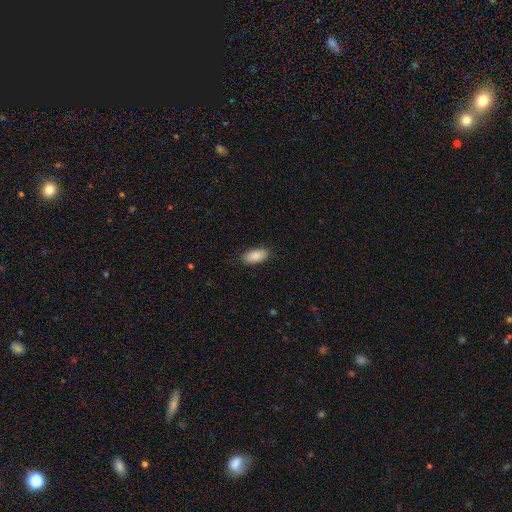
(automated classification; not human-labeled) Smooth or featured?
  - smooth: 87% *
  - featured or disk: 6%
  - star or artifact: 6%
How rounded?
  - in between: 91% *
  - cigar-shaped: 6%
  - round: 2%
Merging?
  - none: 87% *
  - minor disturbance: 10%
  - major disturbance: 2%
  - merger: 1%